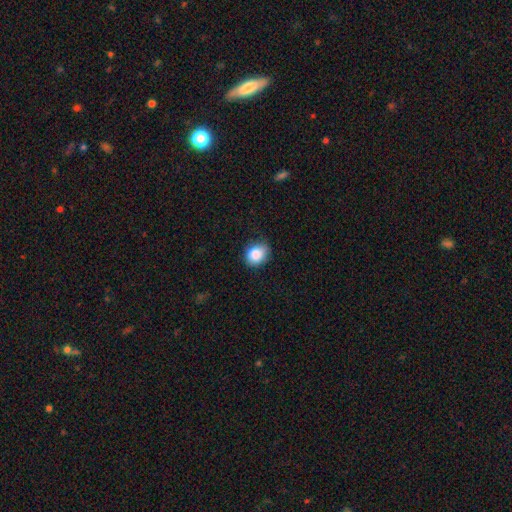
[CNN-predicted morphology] Smooth or featured?
  - smooth: 85% *
  - star or artifact: 9%
  - featured or disk: 6%
How rounded?
  - round: 58% *
  - in between: 41%
  - cigar-shaped: 1%
Merging?
  - none: 76% *
  - minor disturbance: 19%
  - major disturbance: 3%
  - merger: 1%